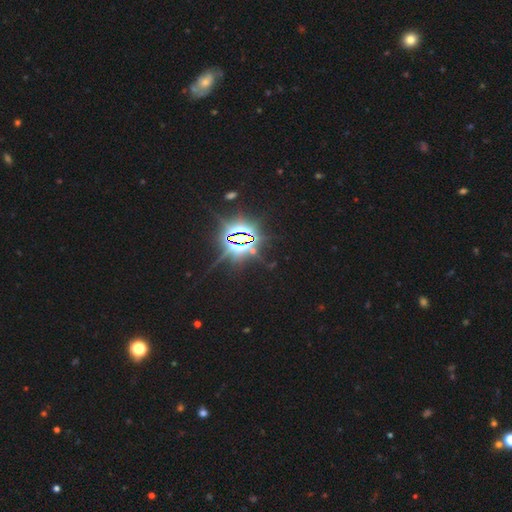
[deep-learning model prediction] A star or artifact, not a galaxy (86%).

Vote fractions:
- Smooth or featured? star or artifact: 86% / smooth: 8% / featured or disk: 7%